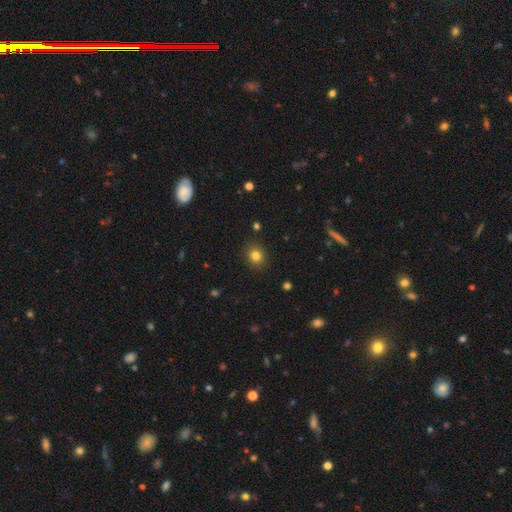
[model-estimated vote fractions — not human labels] Morphology: type=smooth (82%); roundness=round (75%); merging=none (88%).